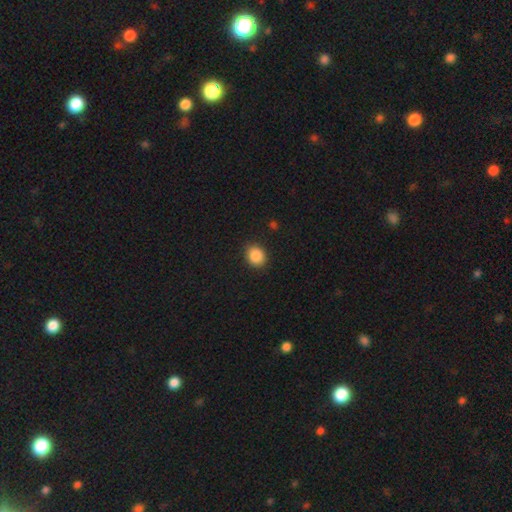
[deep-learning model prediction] Smooth or featured: smooth — 87% (star or artifact — 9%)
How rounded: round — 57% (in between — 42%)
Merging: none — 88% (minor disturbance — 9%)